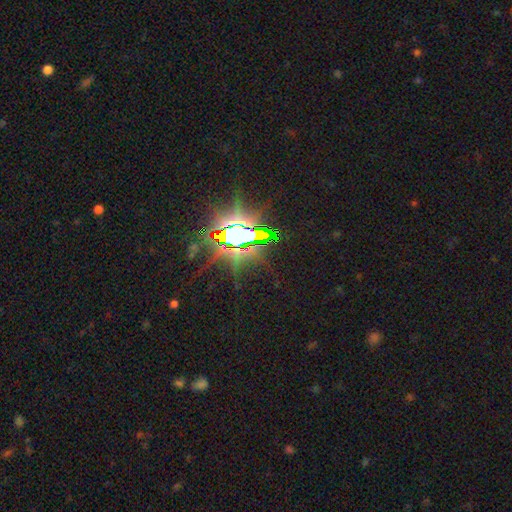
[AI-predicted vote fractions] smooth_or_featured: star or artifact (p=0.85) [alt: featured or disk p=0.08]